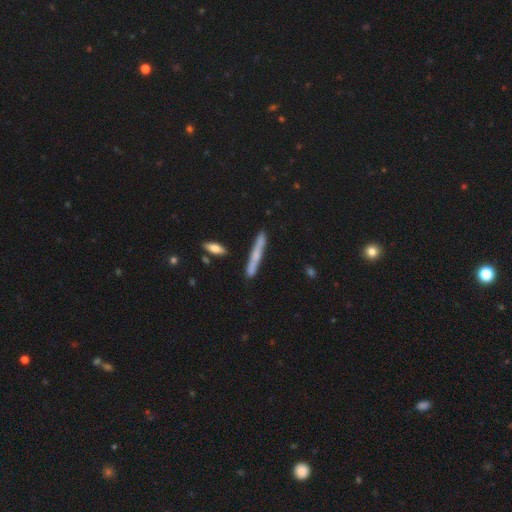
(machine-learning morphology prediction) type=smooth (51%); roundness=cigar-shaped (95%); merging=none (82%).